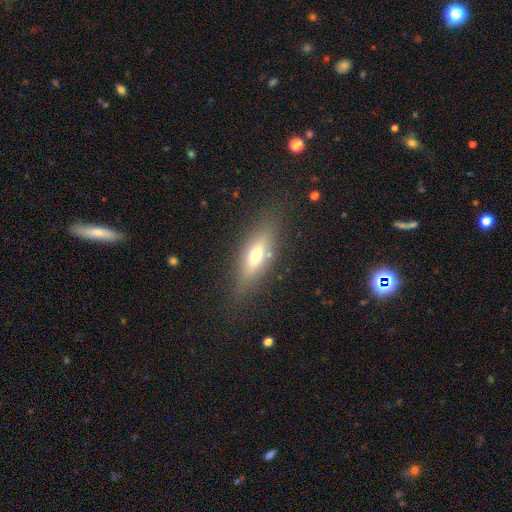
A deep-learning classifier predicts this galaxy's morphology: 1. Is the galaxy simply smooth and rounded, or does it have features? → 53% smooth, 39% featured or disk, 9% star or artifact.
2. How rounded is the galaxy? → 53% in between, 43% cigar-shaped, 4% round.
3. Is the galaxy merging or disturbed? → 80% none, 13% minor disturbance, 5% major disturbance, 2% merger.